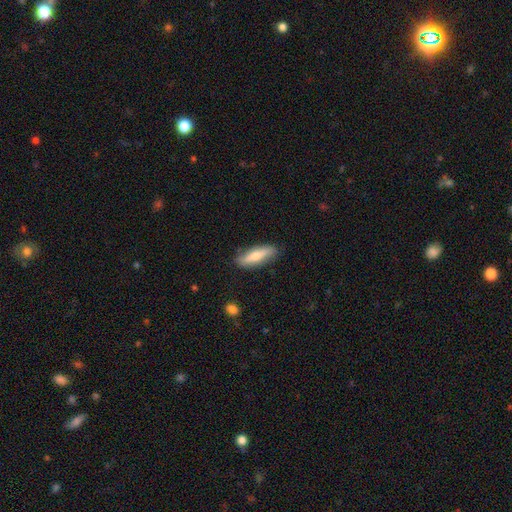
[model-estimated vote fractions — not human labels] This appears to be a smooth galaxy with no disk features (66%) that is cigar-shaped (59%). Merging: none (83%).